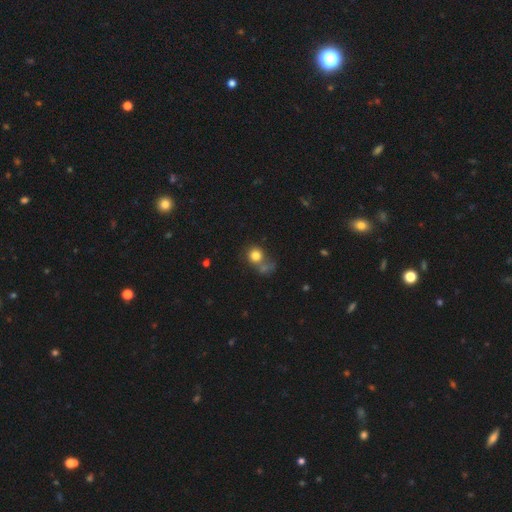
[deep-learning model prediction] smooth 80%, star or artifact 11%, featured or disk 9%. Down the decision tree: how rounded — round (83%); merging — none (47%).